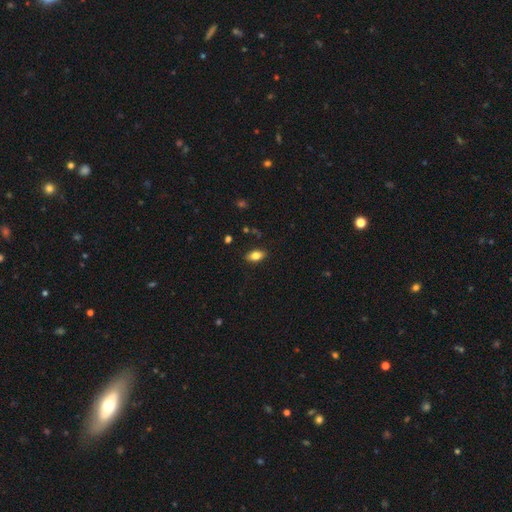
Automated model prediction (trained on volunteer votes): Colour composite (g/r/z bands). It shows a smooth galaxy with no disk features (80%) that is in between round and cigar-shaped (89%). Merging: none (87%).